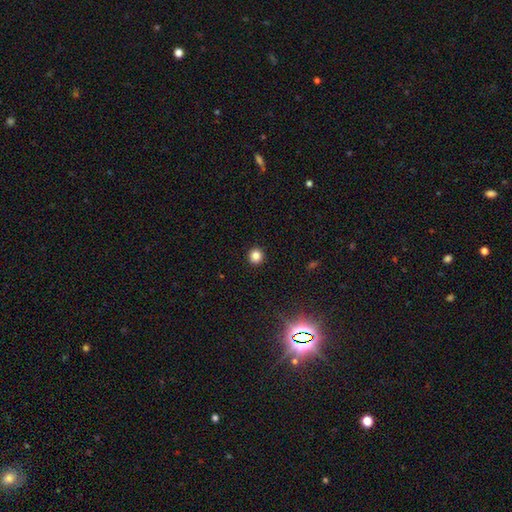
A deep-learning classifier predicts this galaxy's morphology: Overall: smooth (83%). How rounded: round (92%). Merging: none (93%).